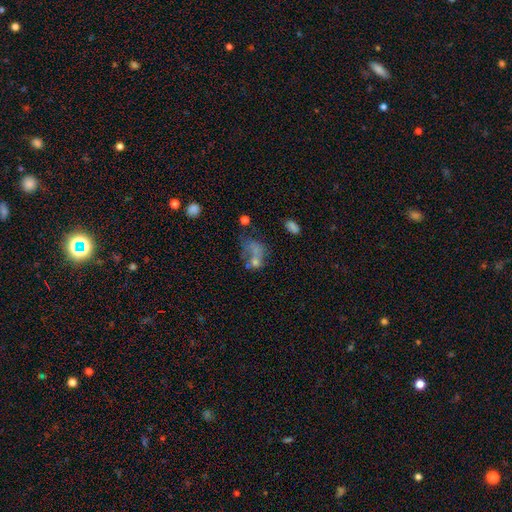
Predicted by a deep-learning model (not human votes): A smooth galaxy with no disk features (51%) that is in between round and cigar-shaped (69%). Merging: merger (31%).